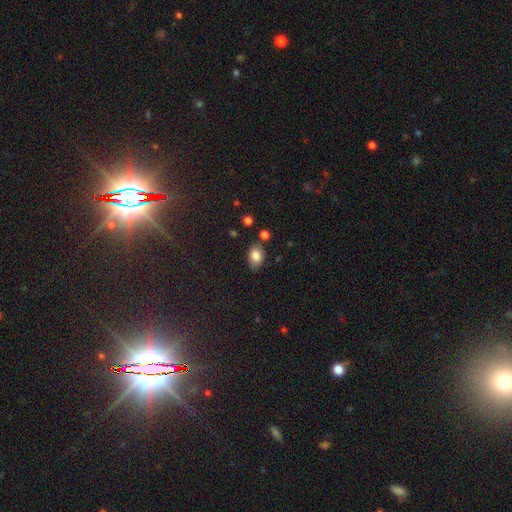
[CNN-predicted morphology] Smooth or featured?
  - smooth: 83% *
  - featured or disk: 9%
  - star or artifact: 9%
How rounded?
  - in between: 86% *
  - round: 13%
  - cigar-shaped: 1%
Merging?
  - none: 77% *
  - minor disturbance: 15%
  - merger: 6%
  - major disturbance: 3%